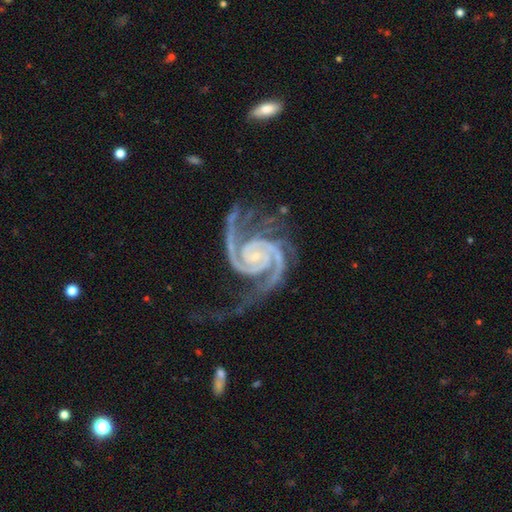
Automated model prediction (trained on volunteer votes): Smooth or featured? Predicted: featured or disk (p=0.95). Edge-on disk? Predicted: no (p=0.98). Bar? Predicted: no (p=0.61). Spiral arms? Predicted: yes (p=0.99). Spiral winding? Predicted: tight (p=0.49). Spiral arm count? Predicted: 2 (p=0.81). Bulge size? Predicted: small (p=0.79). Merging? Predicted: none (p=0.59).